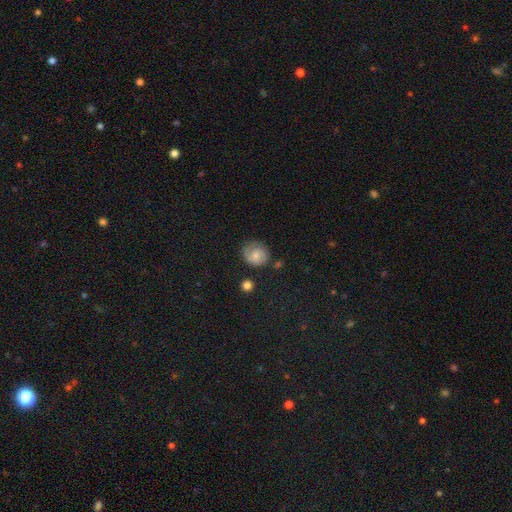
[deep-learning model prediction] This appears to be a smooth galaxy with no disk features (57%) that is round (77%). Merging: none (62%).